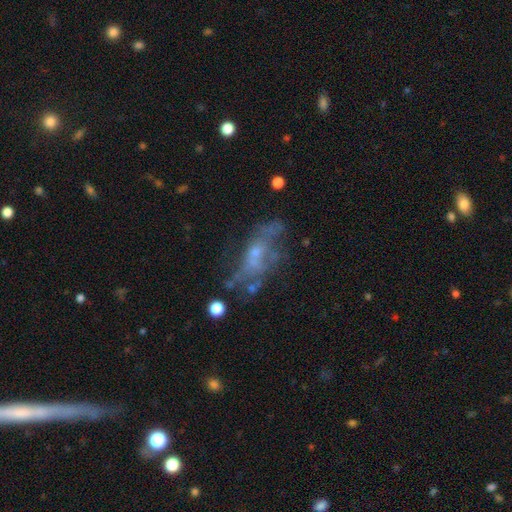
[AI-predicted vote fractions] Smooth or featured: featured or disk — 57% (smooth — 27%)
Edge-on disk: no — 90% (yes — 10%)
Bar: no — 82% (weak — 14%)
Spiral arms: no — 78% (yes — 22%)
Bulge size: small — 53% (none — 24%)
Merging: none — 41% (major disturbance — 29%)